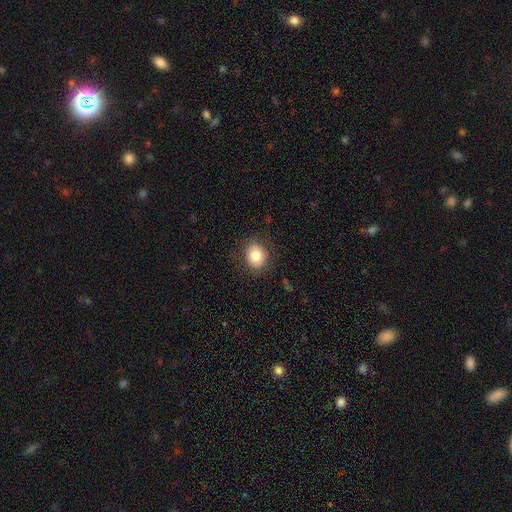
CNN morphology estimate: Smooth or featured: smooth — 81% (featured or disk — 10%)
How rounded: round — 64% (in between — 36%)
Merging: none — 86% (minor disturbance — 10%)